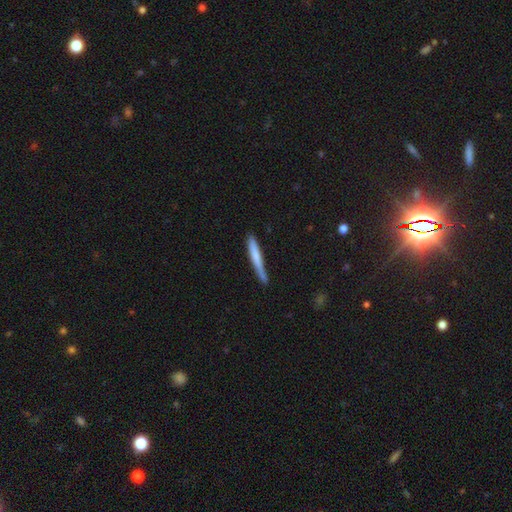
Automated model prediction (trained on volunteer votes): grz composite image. It shows a smooth galaxy with no disk features (66%) that is cigar-shaped (96%). Merging: none (70%).